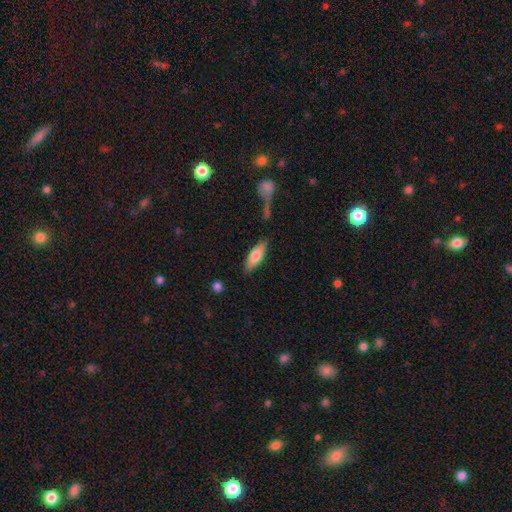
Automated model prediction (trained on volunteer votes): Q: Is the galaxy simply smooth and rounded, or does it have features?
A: smooth — 68%.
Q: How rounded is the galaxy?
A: in between — 59%.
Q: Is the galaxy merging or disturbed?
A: none — 82%.